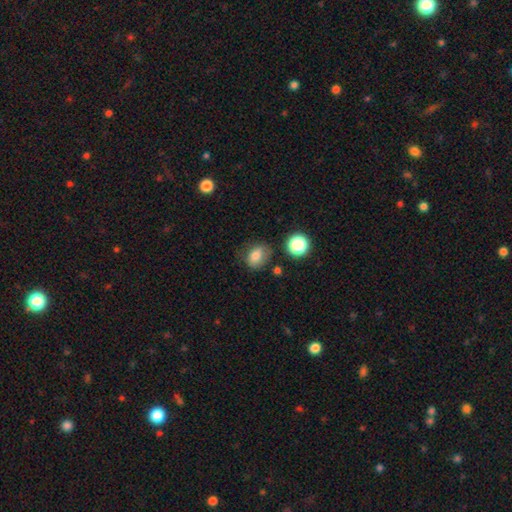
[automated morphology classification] A smooth galaxy with no disk features (76%) that is in between round and cigar-shaped (53%).

Vote fractions:
- Smooth or featured? smooth: 76% / star or artifact: 13% / featured or disk: 11%
- How rounded? in between: 53% / round: 46% / cigar-shaped: 1%
- Merging? none: 66% / minor disturbance: 22% / major disturbance: 7% / merger: 5%